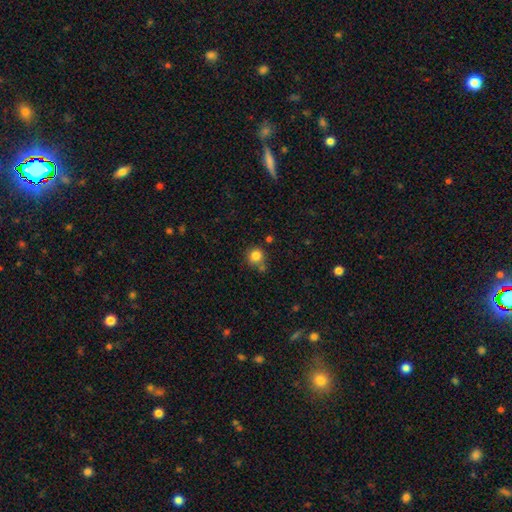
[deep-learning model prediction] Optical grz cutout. It shows a smooth galaxy with no disk features (83%) that is round (92%). Merging: none (69%).